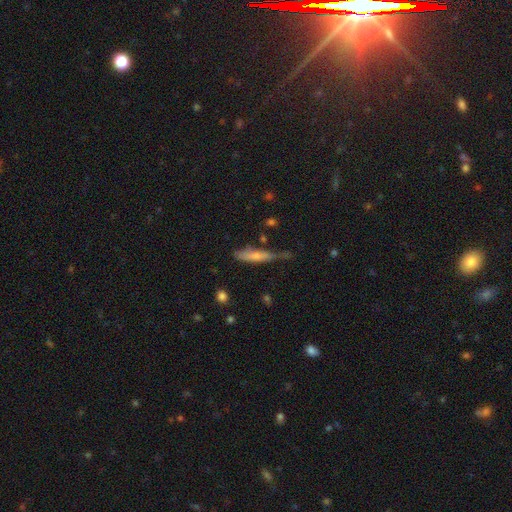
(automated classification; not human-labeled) Smooth or featured? smooth (66%)
How rounded? cigar-shaped (81%)
Merging? none (45%)